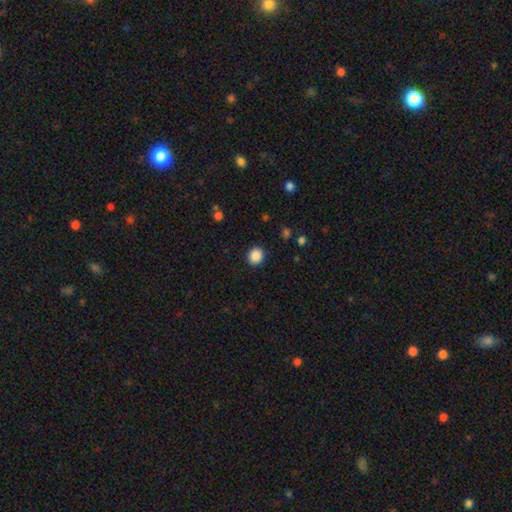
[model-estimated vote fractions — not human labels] Smooth or featured?
  - smooth: 88% *
  - star or artifact: 9%
  - featured or disk: 3%
How rounded?
  - round: 81% *
  - in between: 18%
  - cigar-shaped: 1%
Merging?
  - none: 91% *
  - minor disturbance: 6%
  - major disturbance: 2%
  - merger: 1%